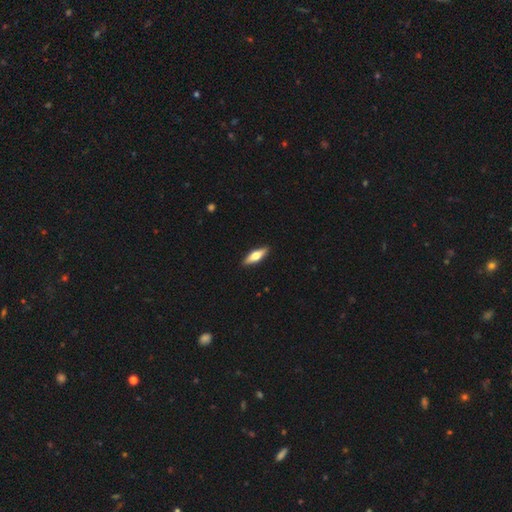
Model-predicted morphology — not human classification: smooth-or-featured: smooth: 53% | featured or disk: 41% | star or artifact: 5%
  how-rounded: cigar-shaped: 54% | in between: 43% | round: 2%
  merging: none: 91% | minor disturbance: 7% | major disturbance: 1% | merger: 1%